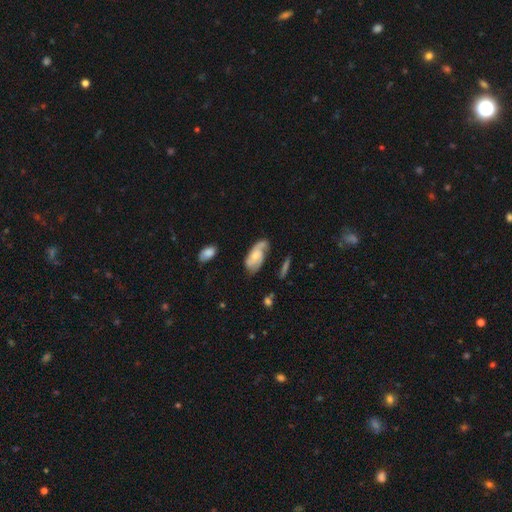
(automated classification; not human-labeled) Morphology: type=featured or disk (62%); edge-on=no (93%); bar=no (68%); spiral arms=yes (88%); winding=medium (43%); arm count=2 (58%); bulge=small (50%); merging=none (51%).